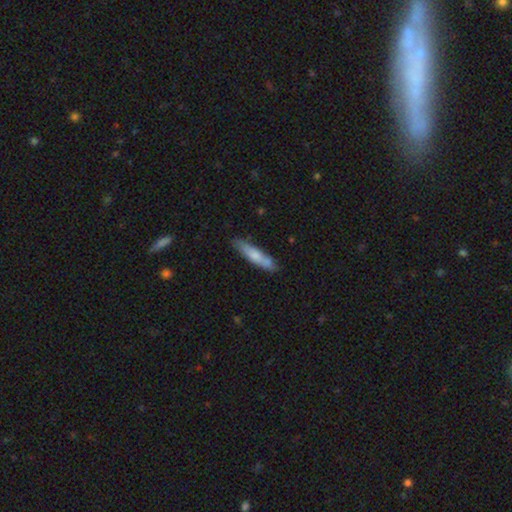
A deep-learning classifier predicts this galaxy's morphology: smooth-or-featured: smooth: 67% | featured or disk: 28% | star or artifact: 5%
  how-rounded: cigar-shaped: 84% | in between: 14% | round: 1%
  merging: none: 76% | minor disturbance: 17% | merger: 4% | major disturbance: 3%